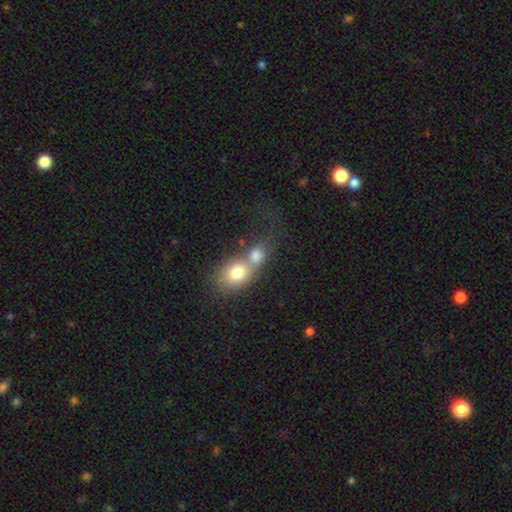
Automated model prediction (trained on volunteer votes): smooth_or_featured: smooth (p=0.75) [alt: featured or disk p=0.14]
how_rounded: round (p=0.56) [alt: in between p=0.42]
merging: merger (p=0.69) [alt: none p=0.20]